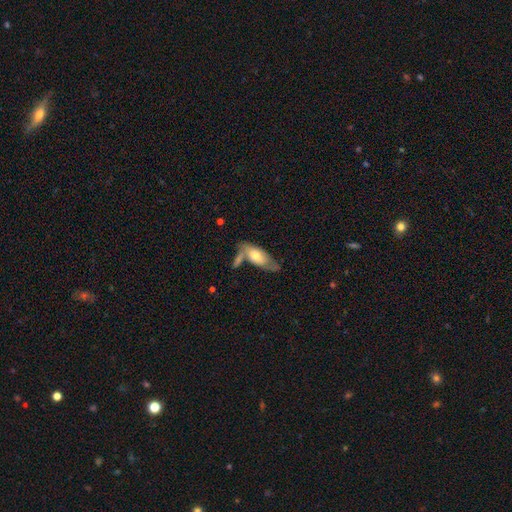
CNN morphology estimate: Smooth or featured? smooth (60%)
How rounded? in between (79%)
Merging? none (43%)